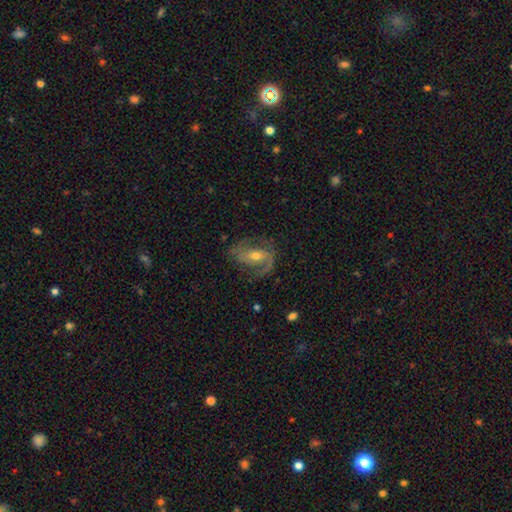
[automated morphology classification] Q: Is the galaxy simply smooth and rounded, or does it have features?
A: featured or disk — 83%.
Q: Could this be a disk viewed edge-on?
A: no — 96%.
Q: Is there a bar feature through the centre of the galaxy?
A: weak — 39%.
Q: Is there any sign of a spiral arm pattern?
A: yes — 94%.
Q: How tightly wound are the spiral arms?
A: medium — 47%.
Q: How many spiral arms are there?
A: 2 — 77%.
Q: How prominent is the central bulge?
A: moderate — 54%.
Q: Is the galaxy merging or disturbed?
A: none — 69%.